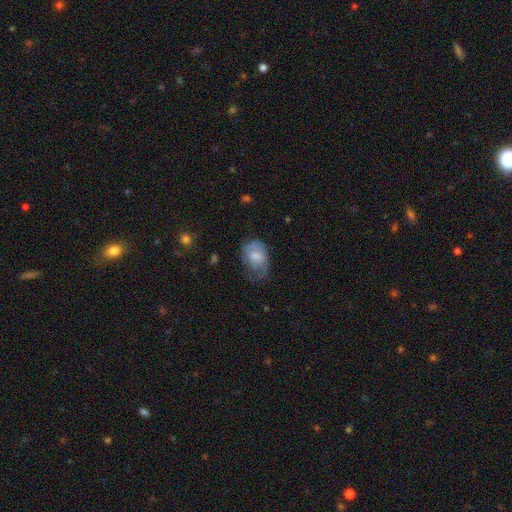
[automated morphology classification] Overall: smooth (58%; featured or disk 34%). How rounded: in between (78%). Merging: none (39%; minor disturbance 36%).